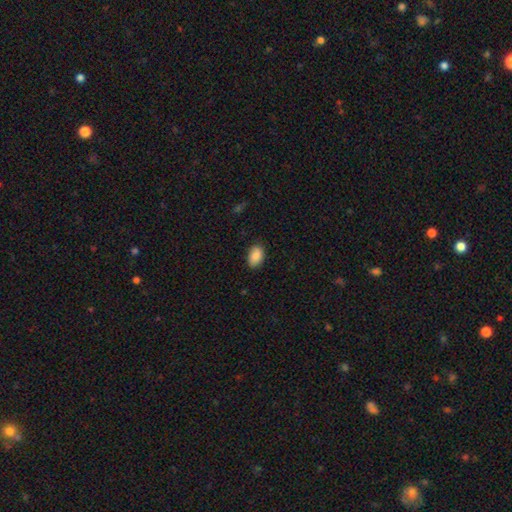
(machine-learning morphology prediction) This appears to be a smooth galaxy with no disk features (88%) that is in between round and cigar-shaped (90%). Merging: none (85%).